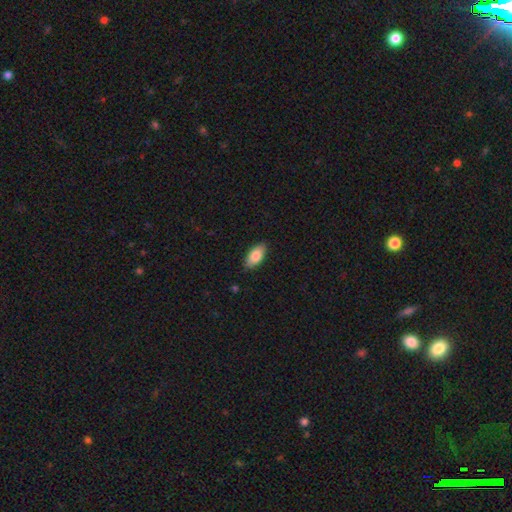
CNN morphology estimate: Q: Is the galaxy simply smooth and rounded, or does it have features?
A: smooth — 82%.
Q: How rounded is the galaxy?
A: in between — 91%.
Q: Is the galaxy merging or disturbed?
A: none — 87%.